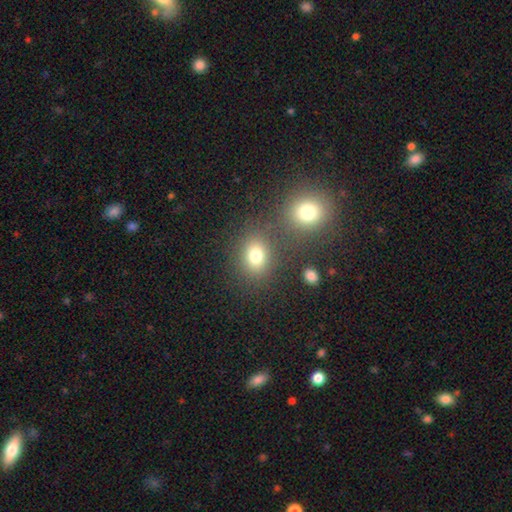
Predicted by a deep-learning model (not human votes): smooth_or_featured: smooth (p=0.77) [alt: star or artifact p=0.15]
how_rounded: round (p=0.56) [alt: in between p=0.43]
merging: none (p=0.73) [alt: merger p=0.12]